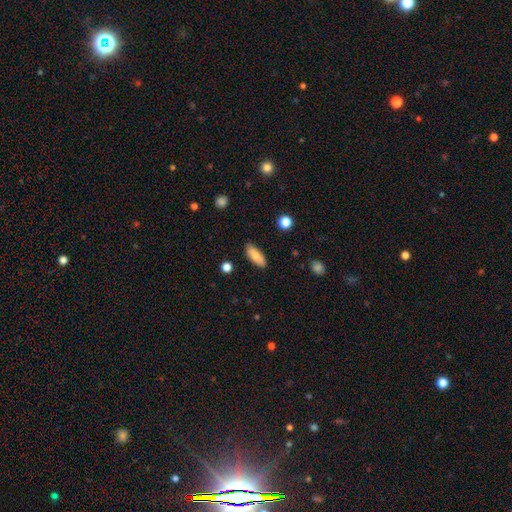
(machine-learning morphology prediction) Smooth or featured: smooth — 79% (featured or disk — 14%)
How rounded: in between — 71% (cigar-shaped — 26%)
Merging: none — 88% (minor disturbance — 9%)